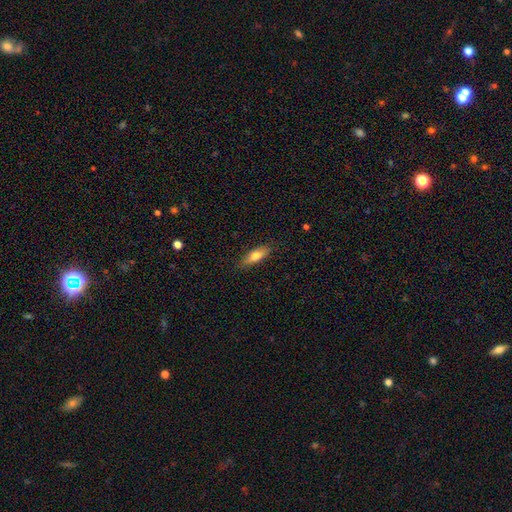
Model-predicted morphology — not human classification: smooth_or_featured: smooth (p=0.68) [alt: featured or disk p=0.26]
how_rounded: in between (p=0.51) [alt: cigar-shaped p=0.46]
merging: none (p=0.86) [alt: minor disturbance p=0.10]